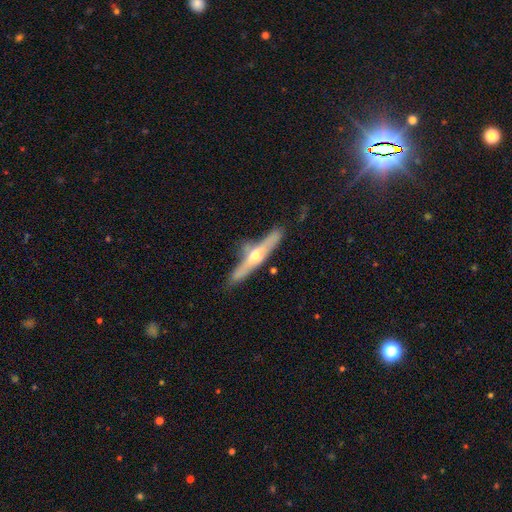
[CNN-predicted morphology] Smooth or featured: featured or disk — 64% (smooth — 30%)
Edge-on disk: yes — 92% (no — 8%)
Edge-on bulge: rounded — 93% (none — 4%)
Merging: none — 70% (minor disturbance — 18%)